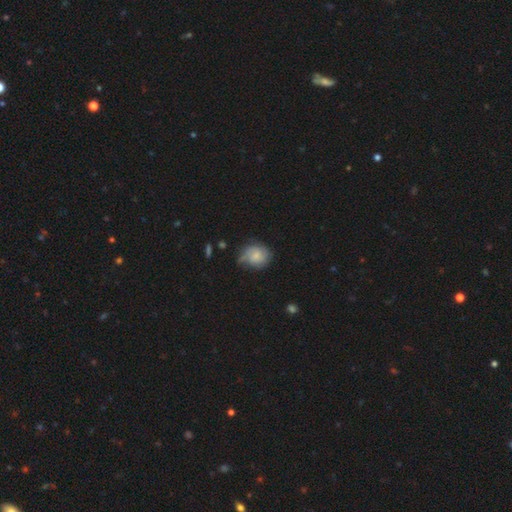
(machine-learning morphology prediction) This appears to be a smooth galaxy with no disk features (62%) that is round (65%). Merging: none (47%).